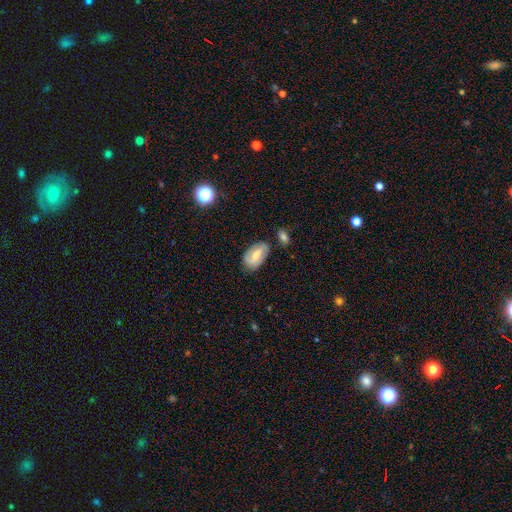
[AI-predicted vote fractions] Smooth or featured?
  - smooth: 50% *
  - featured or disk: 42%
  - star or artifact: 8%
Merging?
  - none: 72% *
  - minor disturbance: 19%
  - merger: 5%
  - major disturbance: 4%